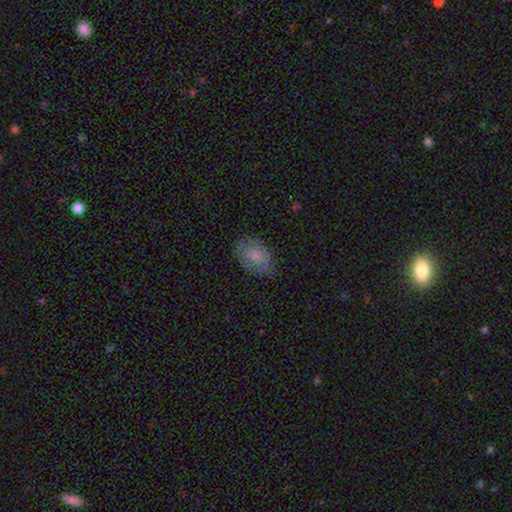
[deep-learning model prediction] Morphology: type=smooth (75%); roundness=in between (82%); merging=none (69%).